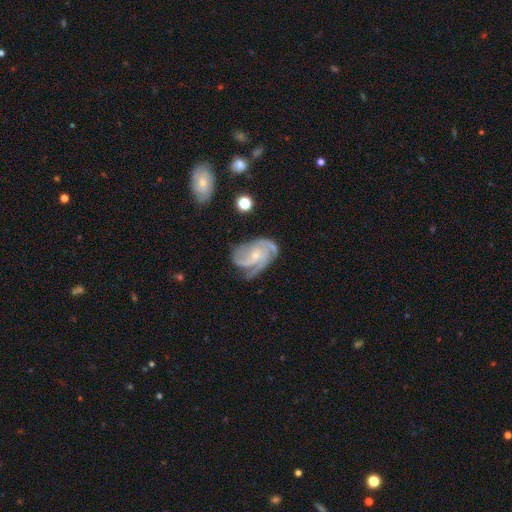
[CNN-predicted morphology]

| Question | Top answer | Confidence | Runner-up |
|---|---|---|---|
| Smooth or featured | featured or disk | 87% | smooth (8%) |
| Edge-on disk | no | 98% | yes (2%) |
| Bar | no | 68% | weak (26%) |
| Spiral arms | yes | 97% | no (3%) |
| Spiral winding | medium | 46% | tight (40%) |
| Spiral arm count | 3 | 43% | 2 (24%) |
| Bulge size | small | 74% | moderate (21%) |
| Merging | none | 57% | minor disturbance (25%) |